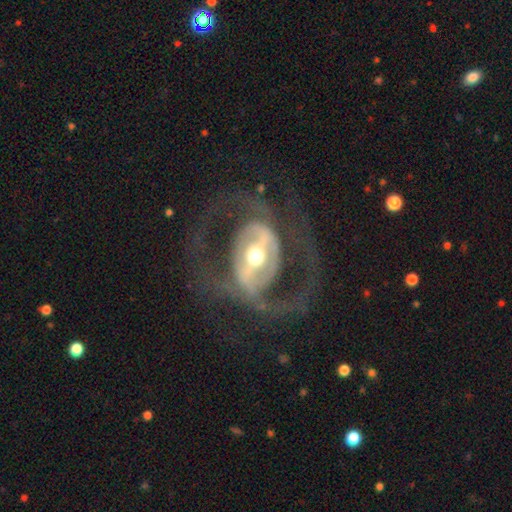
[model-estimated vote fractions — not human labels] Smooth or featured: featured or disk — 83% (smooth — 12%)
Edge-on disk: no — 94% (yes — 6%)
Bar: strong — 61% (weak — 24%)
Spiral arms: yes — 64% (no — 36%)
Spiral winding: medium — 47% (loose — 30%)
Spiral arm count: 2 — 81% (can't tell — 9%)
Bulge size: moderate — 70% (small — 16%)
Merging: none — 61% (major disturbance — 24%)